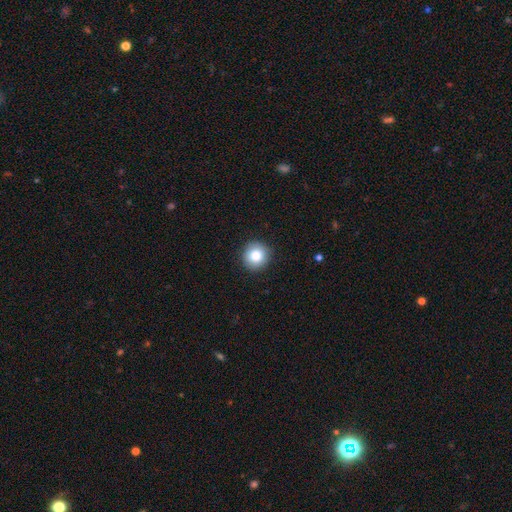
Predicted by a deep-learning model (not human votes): A smooth galaxy with no disk features (83%) that is round (94%).

Vote fractions:
- Smooth or featured? smooth: 83% / star or artifact: 9% / featured or disk: 7%
- How rounded? round: 94% / in between: 5% / cigar-shaped: 1%
- Merging? none: 91% / minor disturbance: 7% / major disturbance: 2% / merger: 1%